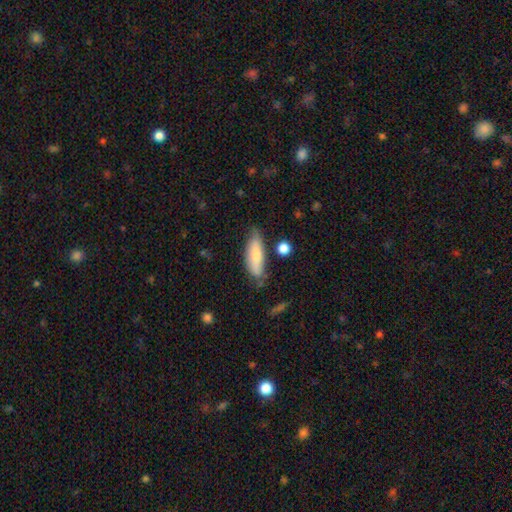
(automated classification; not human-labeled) Smooth or featured? Predicted: smooth (p=0.71). How rounded? Predicted: in between (p=0.56). Merging? Predicted: none (p=0.65).